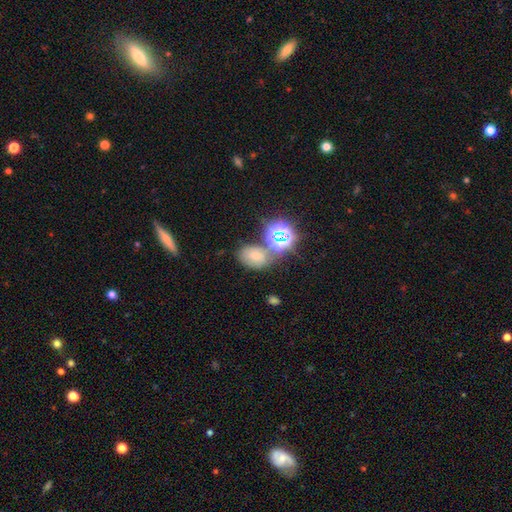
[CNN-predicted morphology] smooth_or_featured: smooth (p=0.57) [alt: star or artifact p=0.29]
how_rounded: in between (p=0.70) [alt: round p=0.29]
merging: none (p=0.58) [alt: merger p=0.18]